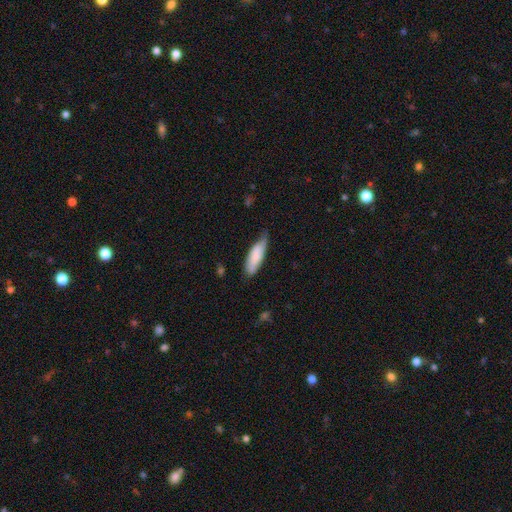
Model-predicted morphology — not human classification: type=smooth (80%); roundness=in between (54%); merging=none (47%).